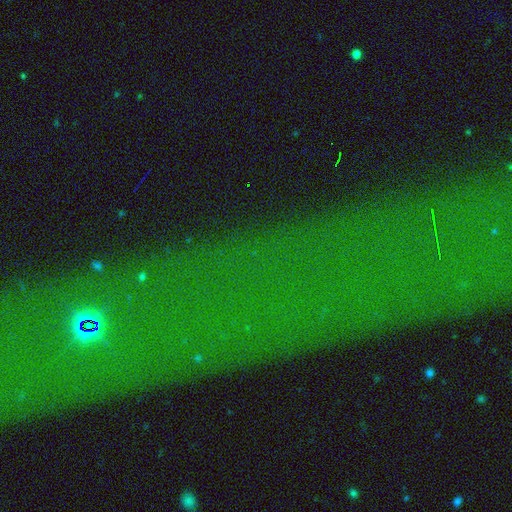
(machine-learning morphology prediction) Q: Smooth or featured?
A: star or artifact (74%); runner-up: featured or disk (14%)